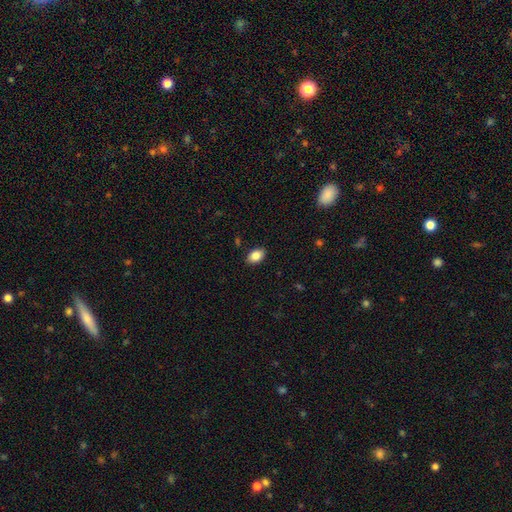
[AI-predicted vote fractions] This appears to be a smooth galaxy with no disk features (85%) that is in between round and cigar-shaped (84%). Merging: none (88%).